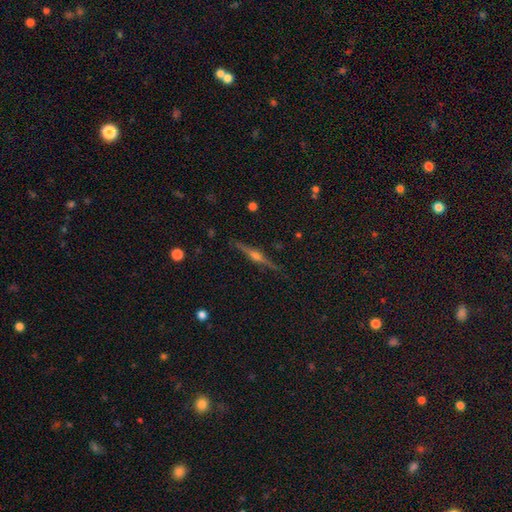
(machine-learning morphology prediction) smooth-or-featured: featured or disk: 82% | smooth: 10% | star or artifact: 7%
  disk-edge-on: yes: 98% | no: 2%
    edge-on-bulge: rounded: 91% | boxy: 6% | none: 3%
  merging: none: 90% | minor disturbance: 7% | major disturbance: 2% | merger: 1%